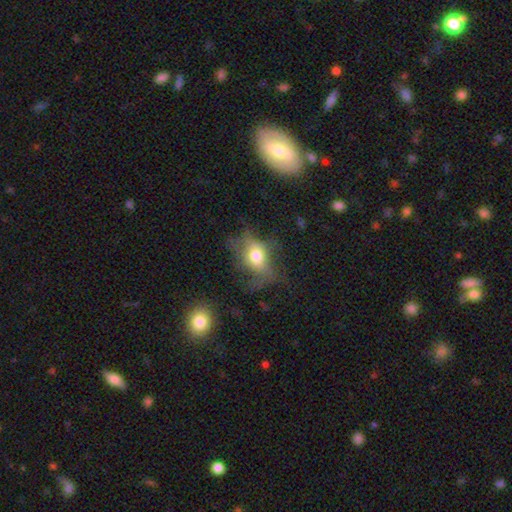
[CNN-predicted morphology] Overall: smooth (51%; featured or disk 34%). How rounded: in between (59%; round 38%). Merging: none (41%; major disturbance 35%).